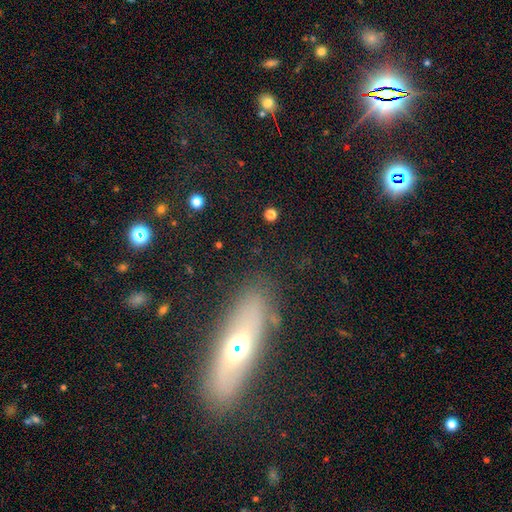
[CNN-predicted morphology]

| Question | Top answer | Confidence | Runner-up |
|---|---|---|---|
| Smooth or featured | featured or disk | 46% | smooth (38%) |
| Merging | none | 82% | minor disturbance (12%) |